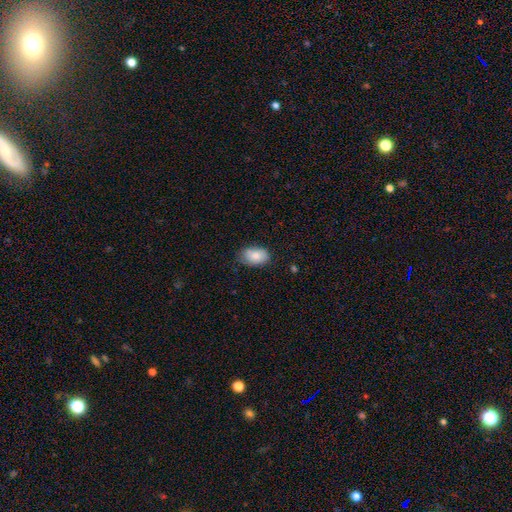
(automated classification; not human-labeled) Smooth or featured?
  - smooth: 82% *
  - featured or disk: 11%
  - star or artifact: 7%
How rounded?
  - in between: 89% *
  - round: 10%
  - cigar-shaped: 1%
Merging?
  - none: 71% *
  - minor disturbance: 24%
  - major disturbance: 4%
  - merger: 1%